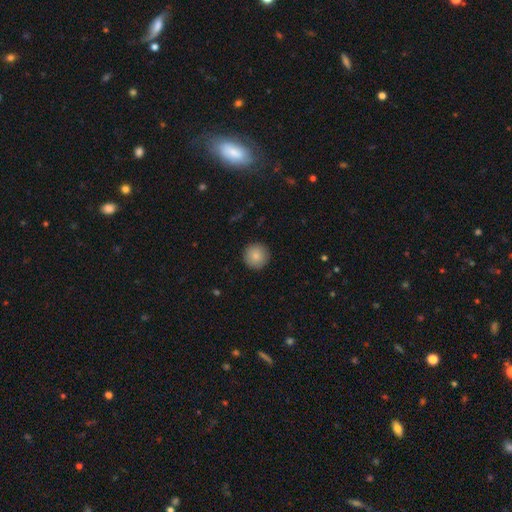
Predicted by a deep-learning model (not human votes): smooth_or_featured: smooth (p=0.85) [alt: star or artifact p=0.08]
how_rounded: round (p=0.96) [alt: in between p=0.03]
merging: none (p=0.92) [alt: minor disturbance p=0.06]